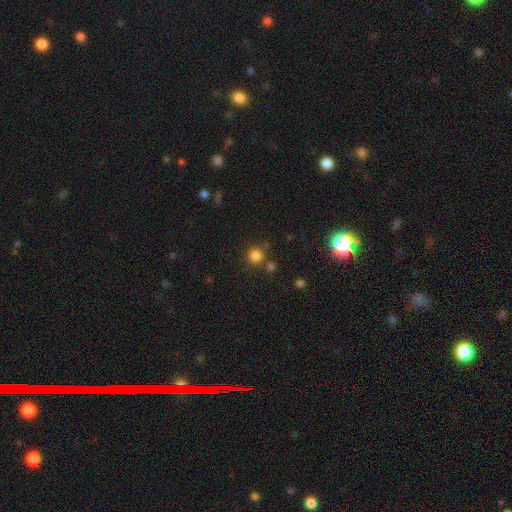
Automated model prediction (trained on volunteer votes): smooth-or-featured: smooth: 81% | star or artifact: 14% | featured or disk: 5%
  how-rounded: round: 93% | in between: 6% | cigar-shaped: 1%
  merging: none: 76% | merger: 12% | minor disturbance: 9% | major disturbance: 3%